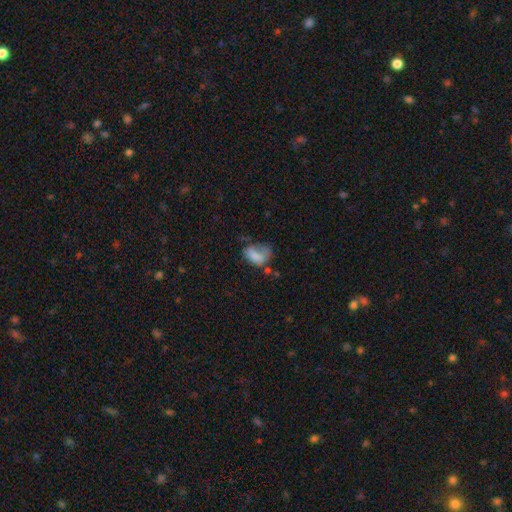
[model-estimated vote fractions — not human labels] This appears to be a smooth galaxy with no disk features (69%) that is in between round and cigar-shaped (84%). Merging: major disturbance (36%).